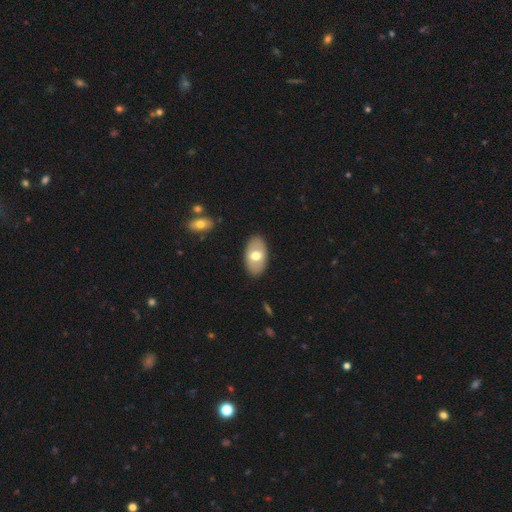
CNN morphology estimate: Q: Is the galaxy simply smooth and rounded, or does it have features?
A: smooth — 60%.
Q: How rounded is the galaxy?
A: in between — 93%.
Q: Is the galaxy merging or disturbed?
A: none — 87%.